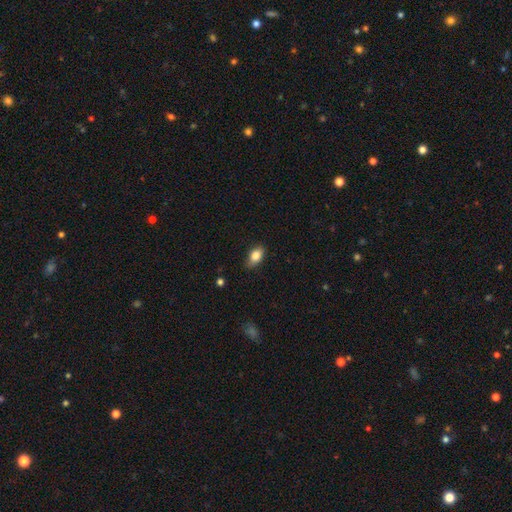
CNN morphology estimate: A smooth galaxy with no disk features (82%) that is in between round and cigar-shaped (86%).

Vote fractions:
- Smooth or featured? smooth: 82% / featured or disk: 10% / star or artifact: 8%
- How rounded? in between: 86% / round: 9% / cigar-shaped: 4%
- Merging? none: 79% / minor disturbance: 17% / major disturbance: 3% / merger: 1%